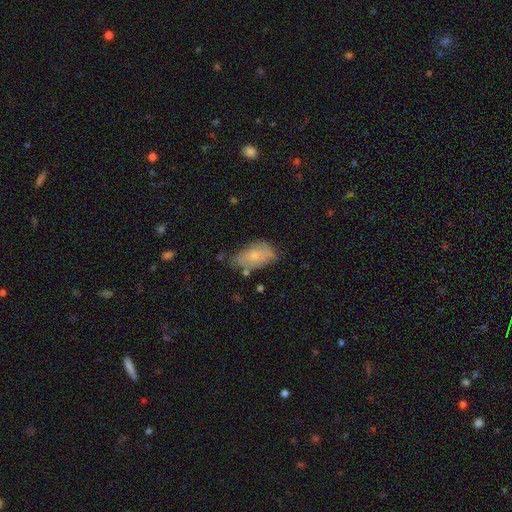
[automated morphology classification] smooth_or_featured: smooth (p=0.58) [alt: featured or disk p=0.35]
how_rounded: in between (p=0.91) [alt: round p=0.07]
merging: none (p=0.48) [alt: minor disturbance p=0.35]